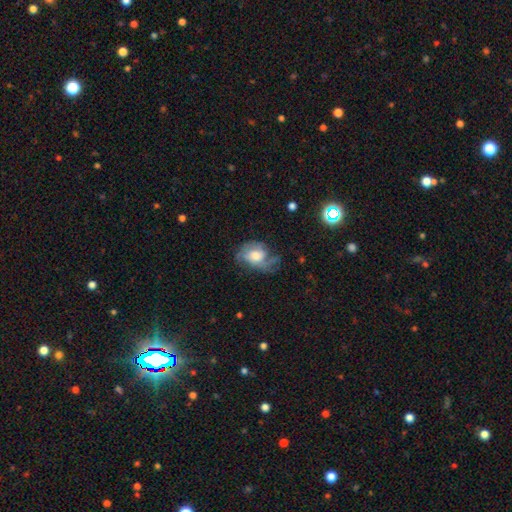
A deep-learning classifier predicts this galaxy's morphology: This appears to be a featured or disk galaxy (67%) with no bar (67%), 2 (34%) medium (43%) spiral arms (87%) and a moderate central bulge (53%). Merging: none (48%).